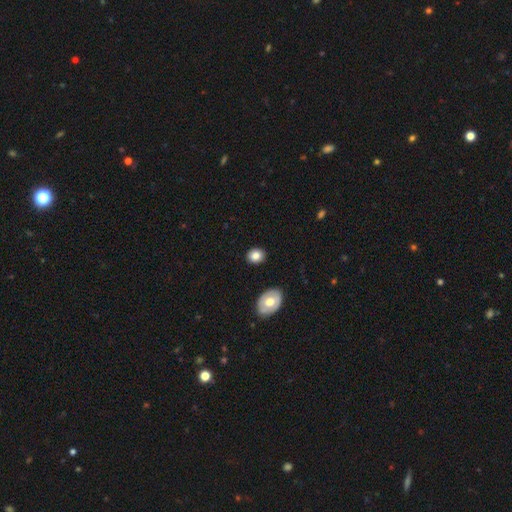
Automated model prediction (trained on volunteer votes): Morphology: type=smooth (80%); roundness=round (50%); merging=none (87%).